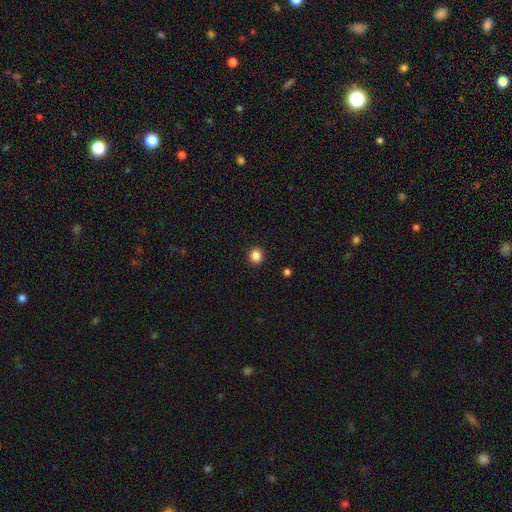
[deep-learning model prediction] smooth_or_featured: smooth (p=0.86) [alt: star or artifact p=0.11]
how_rounded: round (p=0.90) [alt: in between p=0.09]
merging: none (p=0.93) [alt: minor disturbance p=0.05]